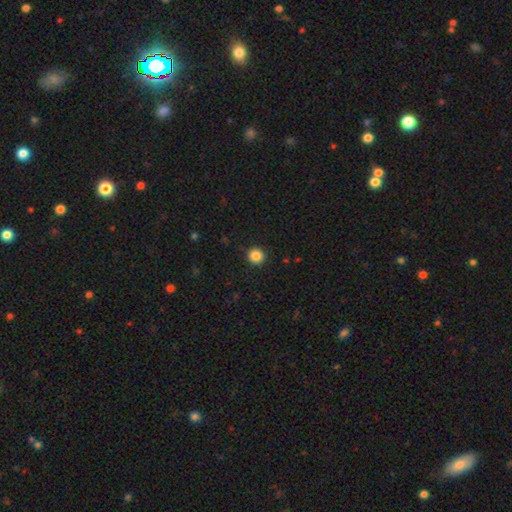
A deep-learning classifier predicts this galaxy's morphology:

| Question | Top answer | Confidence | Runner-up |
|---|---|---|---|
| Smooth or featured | smooth | 86% | star or artifact (11%) |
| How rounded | round | 94% | in between (5%) |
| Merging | none | 92% | minor disturbance (5%) |